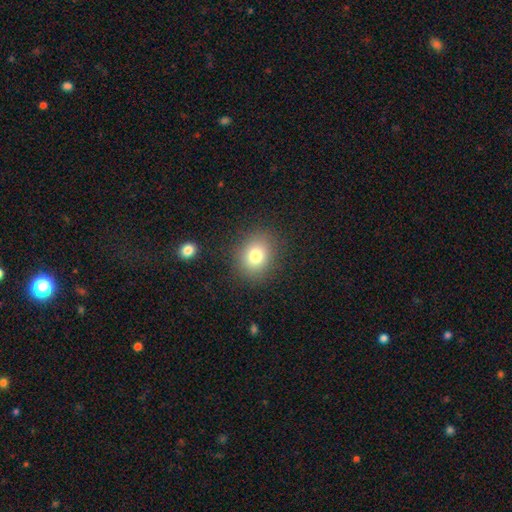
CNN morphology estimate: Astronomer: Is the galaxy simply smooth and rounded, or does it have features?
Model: smooth — 77%.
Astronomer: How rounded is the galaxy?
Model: round — 67%.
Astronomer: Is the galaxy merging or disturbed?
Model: none — 86%.